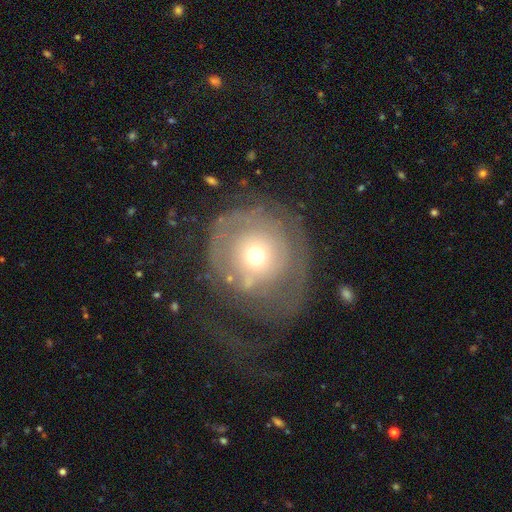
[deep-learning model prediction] featured or disk 56%, smooth 35%, star or artifact 9%. Down the decision tree: edge-on disk — no (96%); bar — no (84%); spiral arms — yes (57%); bulge size — moderate (60%); merging — none (52%).